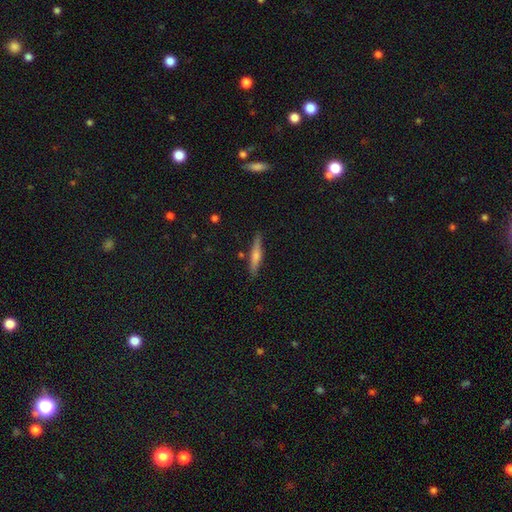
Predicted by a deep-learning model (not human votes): The model was most divided on "smooth or featured": featured or disk: 59%, smooth: 33%, star or artifact: 8%. More confident: edge-on disk — yes (96%); merging — none (88%); edge-on bulge — rounded (75%).